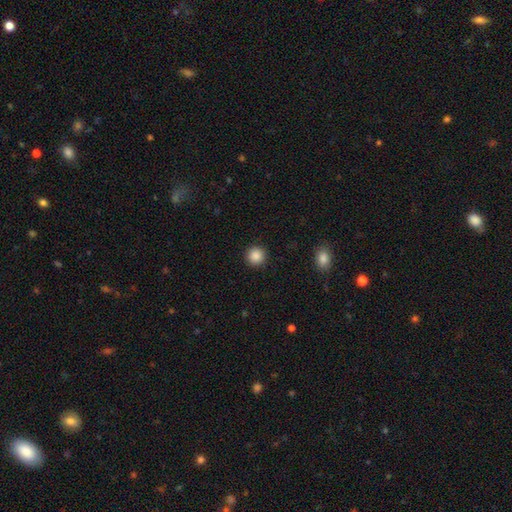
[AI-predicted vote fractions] Overall: smooth (88%). How rounded: round (95%). Merging: none (92%).